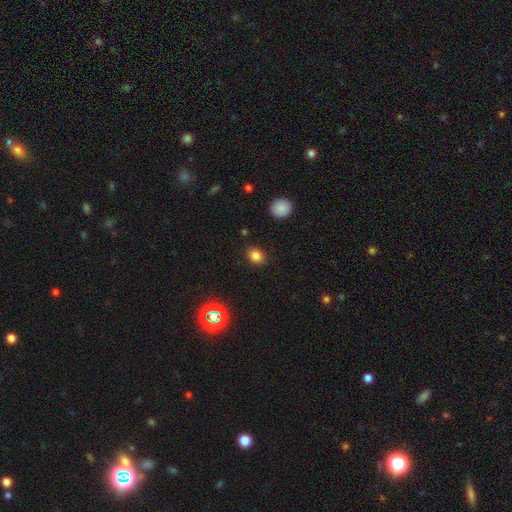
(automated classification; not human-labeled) Smooth or featured: smooth — 80% (star or artifact — 15%)
How rounded: round — 57% (in between — 42%)
Merging: none — 87% (minor disturbance — 8%)